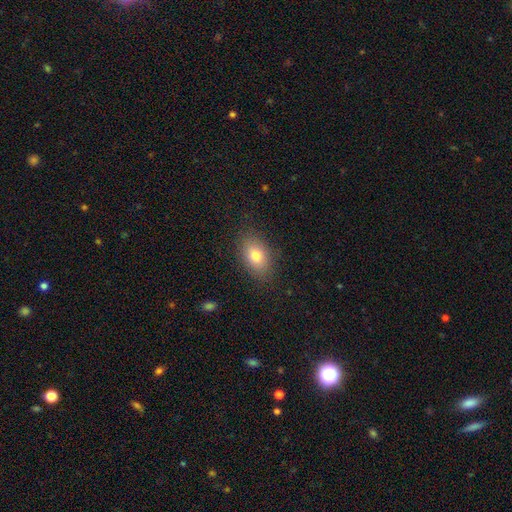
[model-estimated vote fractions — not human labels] Smooth or featured? Predicted: smooth (p=0.80). How rounded? Predicted: in between (p=0.86). Merging? Predicted: none (p=0.85).